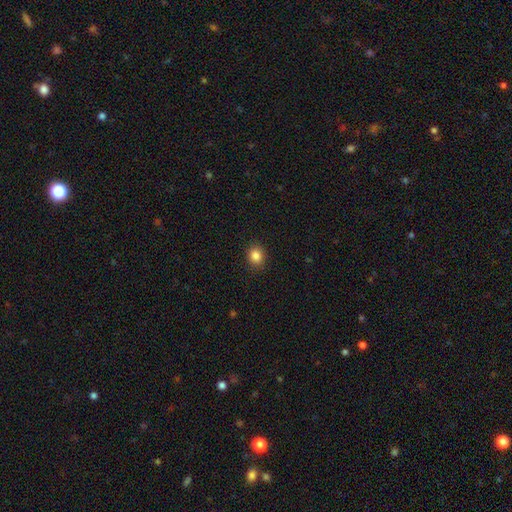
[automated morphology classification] Overall: smooth (86%). How rounded: round (69%; in between 31%). Merging: none (90%).